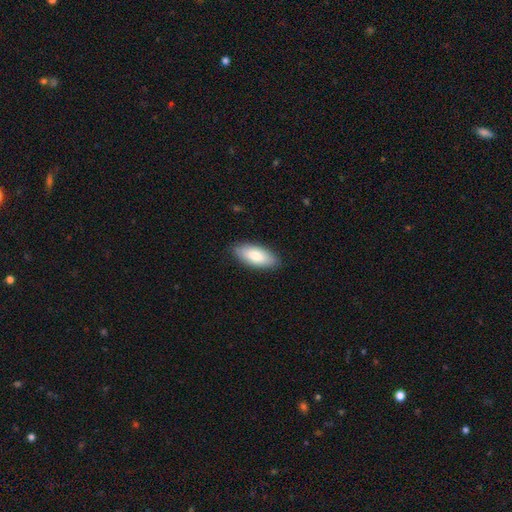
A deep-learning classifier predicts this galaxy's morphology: This is likely a smooth galaxy (78%). How rounded: clearly in between (86%). Merging: clearly none (86%).